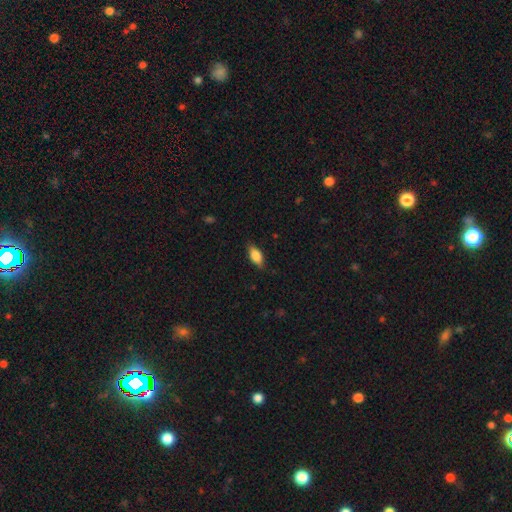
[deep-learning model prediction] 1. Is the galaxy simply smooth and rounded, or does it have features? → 81% smooth, 12% featured or disk, 7% star or artifact.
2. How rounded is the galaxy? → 86% in between, 10% cigar-shaped, 4% round.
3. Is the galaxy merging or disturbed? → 81% none, 15% minor disturbance, 3% major disturbance, 1% merger.